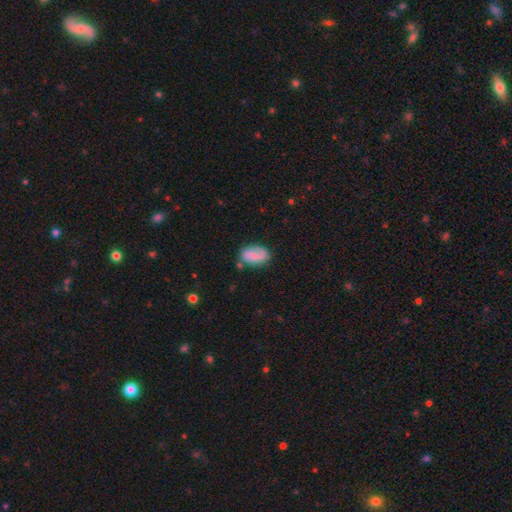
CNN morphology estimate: This is possibly a smooth galaxy (54%). How rounded: clearly in between (89%). Merging: likely none (67%).